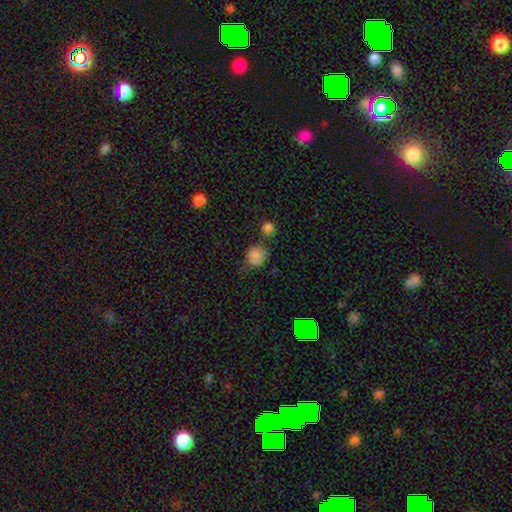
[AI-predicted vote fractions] This appears to be a smooth galaxy with no disk features (81%) that is round (81%). Merging: none (57%).